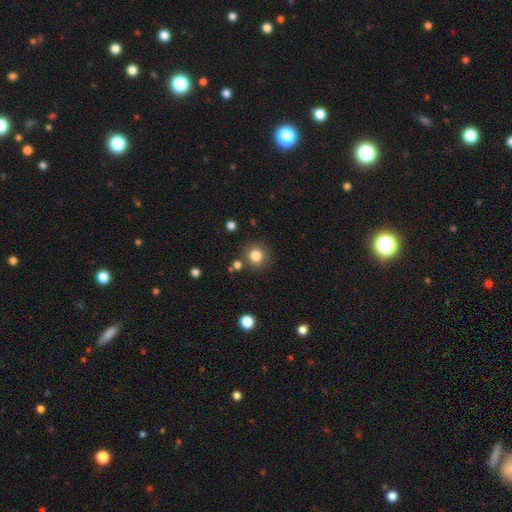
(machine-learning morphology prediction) Smooth or featured? Predicted: smooth (p=0.83). How rounded? Predicted: round (p=0.93). Merging? Predicted: none (p=0.85).